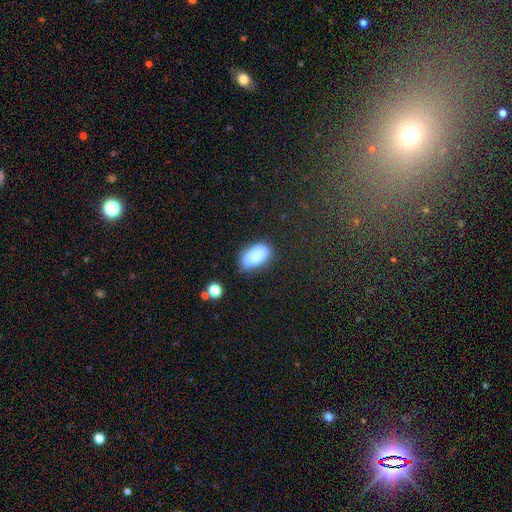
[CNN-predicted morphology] This is clearly a smooth galaxy (83%). How rounded: clearly in between (92%). Merging: likely none (67%).